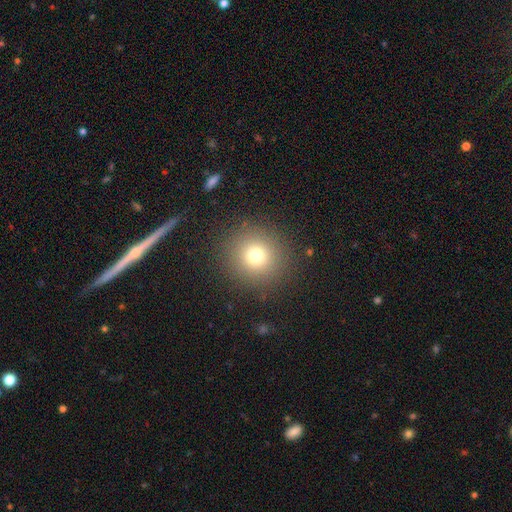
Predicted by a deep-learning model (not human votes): A smooth galaxy with no disk features (73%) that is round (93%).

Vote fractions:
- Smooth or featured? smooth: 73% / star or artifact: 17% / featured or disk: 10%
- How rounded? round: 93% / in between: 6% / cigar-shaped: 1%
- Merging? none: 89% / minor disturbance: 6% / major disturbance: 4% / merger: 1%